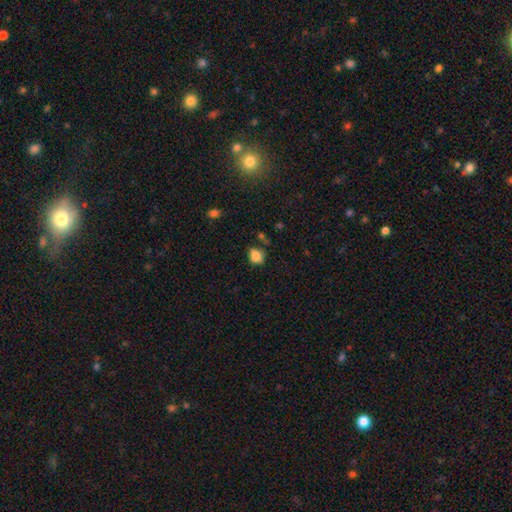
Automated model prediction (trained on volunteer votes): Smooth or featured? smooth (82%)
How rounded? in between (52%)
Merging? none (55%)